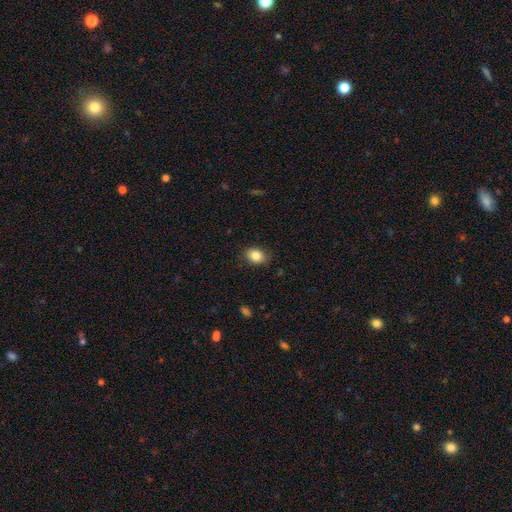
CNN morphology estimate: type=smooth (84%); roundness=in between (71%); merging=none (84%).